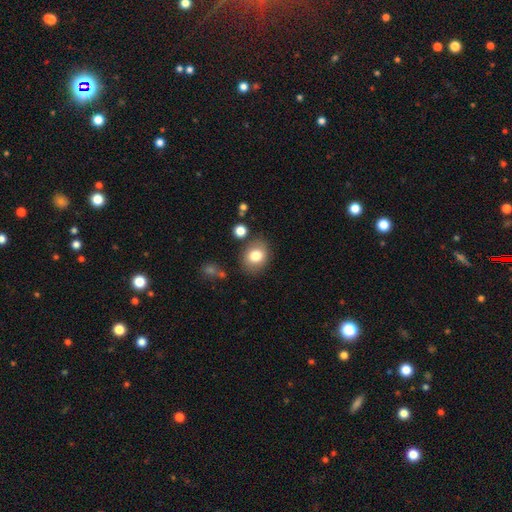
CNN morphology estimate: smooth-or-featured: smooth: 79% | featured or disk: 12% | star or artifact: 9%
  how-rounded: round: 50% | in between: 49% | cigar-shaped: 1%
  merging: none: 79% | minor disturbance: 12% | merger: 5% | major disturbance: 4%